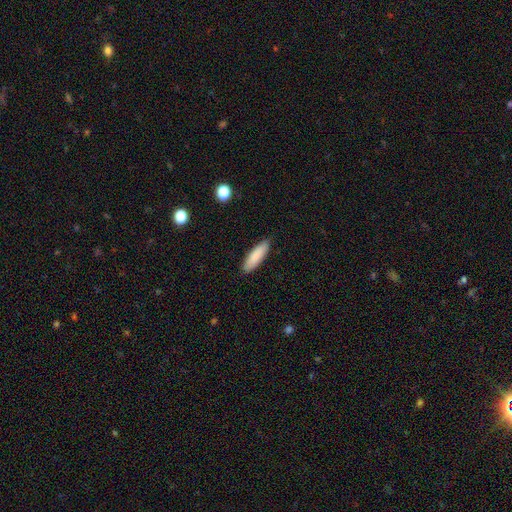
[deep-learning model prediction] This is clearly a smooth galaxy (87%). How rounded: possibly cigar-shaped (53%). Merging: clearly none (87%).